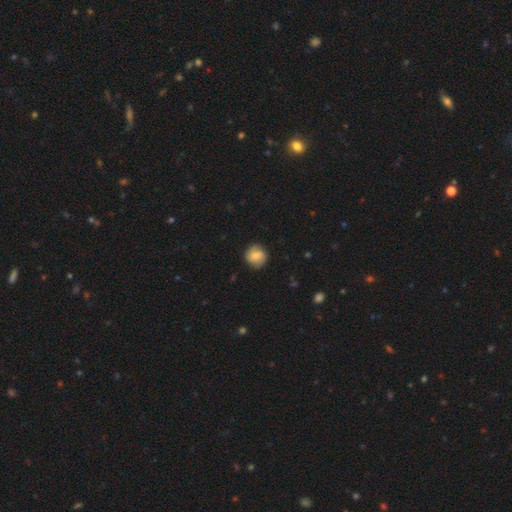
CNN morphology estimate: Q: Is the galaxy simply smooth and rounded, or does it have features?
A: smooth — 67%.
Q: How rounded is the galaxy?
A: round — 91%.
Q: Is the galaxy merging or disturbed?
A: none — 84%.